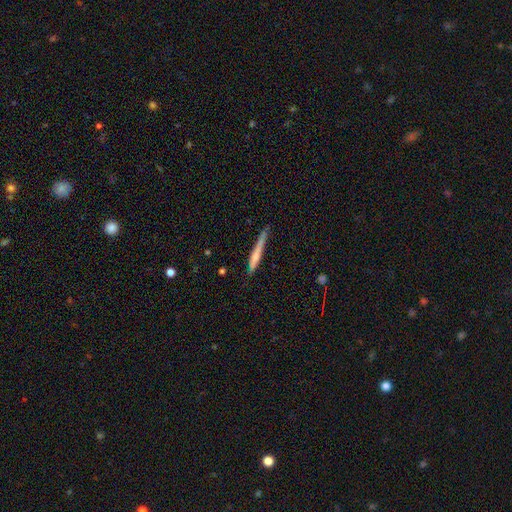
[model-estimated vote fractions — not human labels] This appears to be a smooth galaxy with no disk features (56%) that is cigar-shaped (95%). Merging: none (67%).